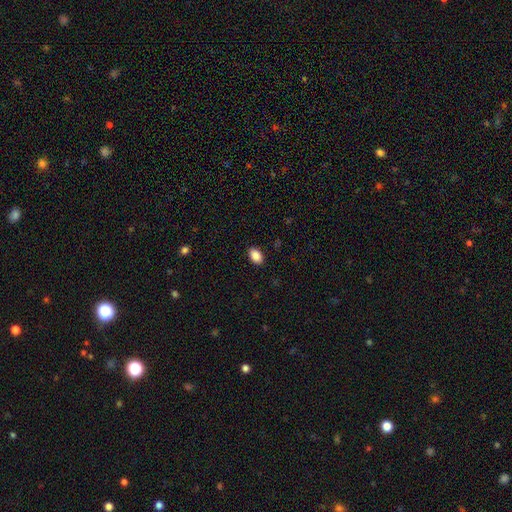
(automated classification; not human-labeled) smooth_or_featured: smooth (p=0.89) [alt: star or artifact p=0.08]
how_rounded: in between (p=0.87) [alt: round p=0.12]
merging: none (p=0.89) [alt: minor disturbance p=0.08]